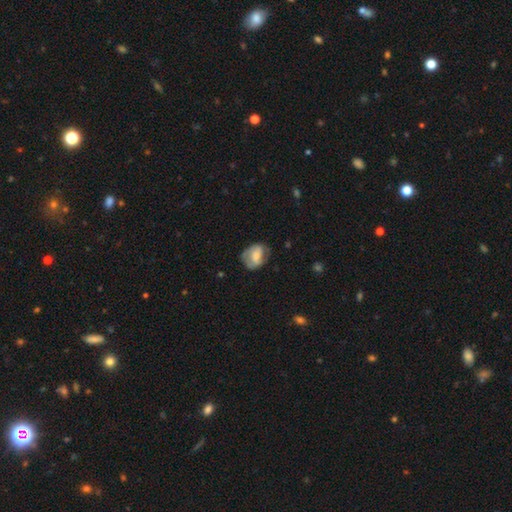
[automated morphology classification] smooth-or-featured: smooth: 56% | featured or disk: 37% | star or artifact: 7%
  how-rounded: in between: 66% | round: 33% | cigar-shaped: 2%
  merging: none: 56% | minor disturbance: 28% | major disturbance: 14% | merger: 2%